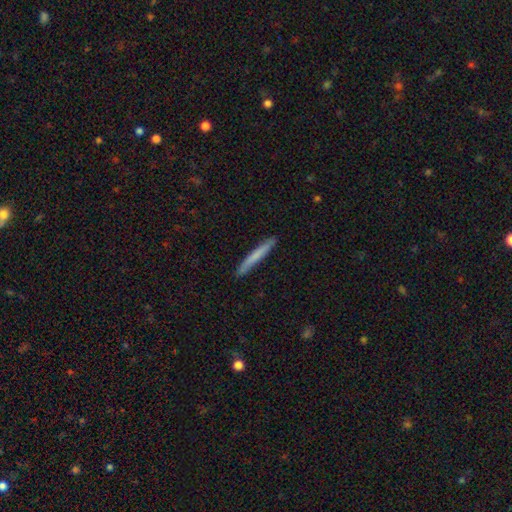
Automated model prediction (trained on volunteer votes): smooth_or_featured: smooth (p=0.69) [alt: featured or disk p=0.25]
how_rounded: cigar-shaped (p=0.96) [alt: in between p=0.02]
merging: none (p=0.89) [alt: minor disturbance p=0.08]